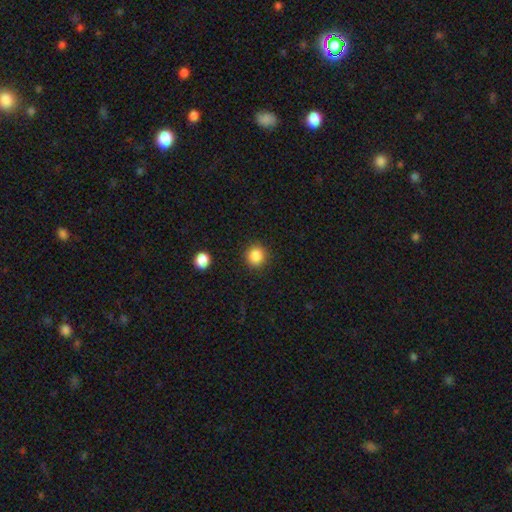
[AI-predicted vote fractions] Morphology: type=smooth (86%); roundness=round (91%); merging=none (89%).